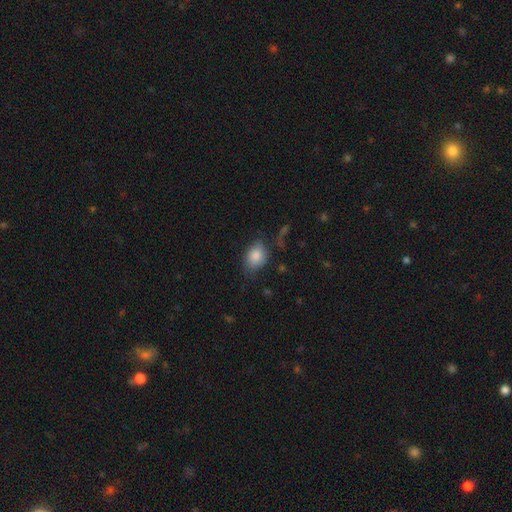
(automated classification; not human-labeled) Smooth or featured: smooth — 83% (featured or disk — 9%)
How rounded: in between — 72% (round — 27%)
Merging: none — 60% (minor disturbance — 26%)